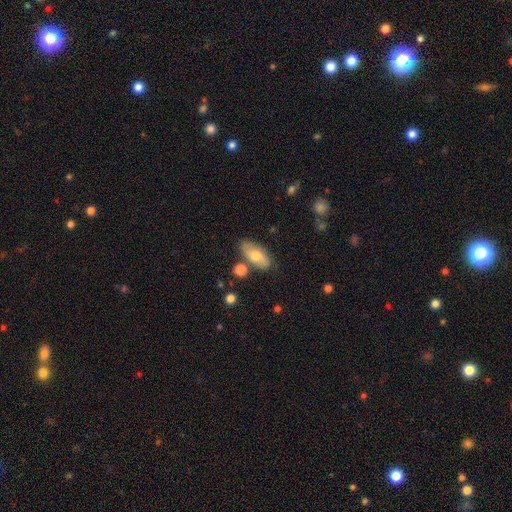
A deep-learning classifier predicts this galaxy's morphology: The model was most divided on "smooth or featured": smooth: 68%, featured or disk: 26%, star or artifact: 7%. More confident: how rounded — in between (87%); merging — none (75%).